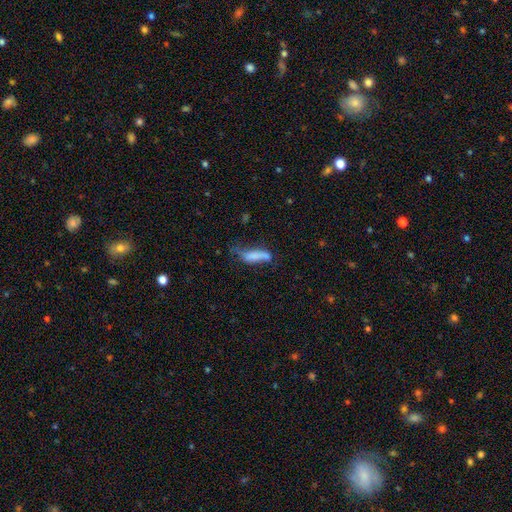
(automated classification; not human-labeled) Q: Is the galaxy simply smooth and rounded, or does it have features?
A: smooth — 66%.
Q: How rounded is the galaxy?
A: cigar-shaped — 53%.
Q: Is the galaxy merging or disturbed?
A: none — 32%, tied with minor disturbance.